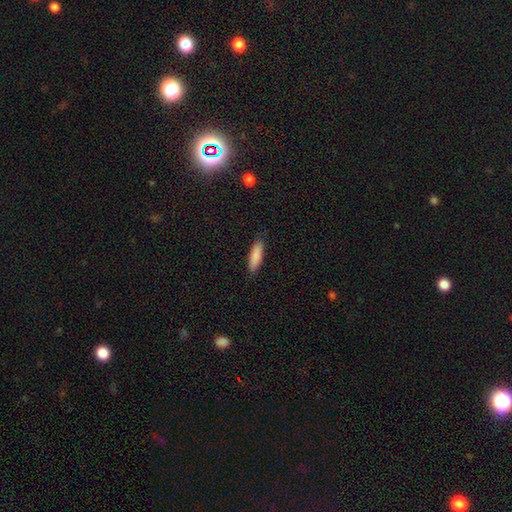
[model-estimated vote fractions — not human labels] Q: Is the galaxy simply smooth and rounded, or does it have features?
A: smooth — 88%.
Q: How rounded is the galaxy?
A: cigar-shaped — 61%.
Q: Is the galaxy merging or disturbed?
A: none — 88%.